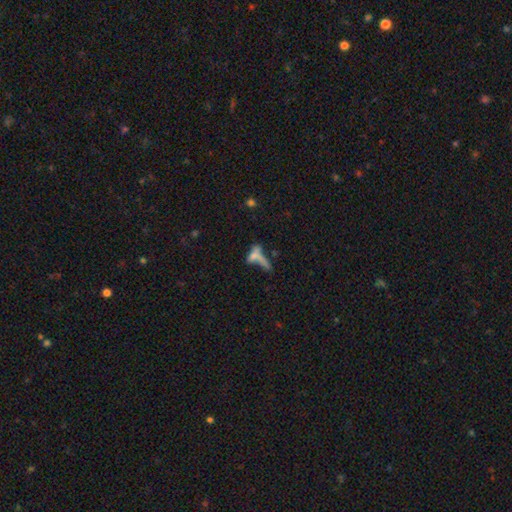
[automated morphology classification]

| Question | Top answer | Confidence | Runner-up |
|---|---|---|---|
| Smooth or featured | smooth | 58% | featured or disk (27%) |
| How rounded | cigar-shaped | 60% | in between (33%) |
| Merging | merger | 43% | none (30%) |